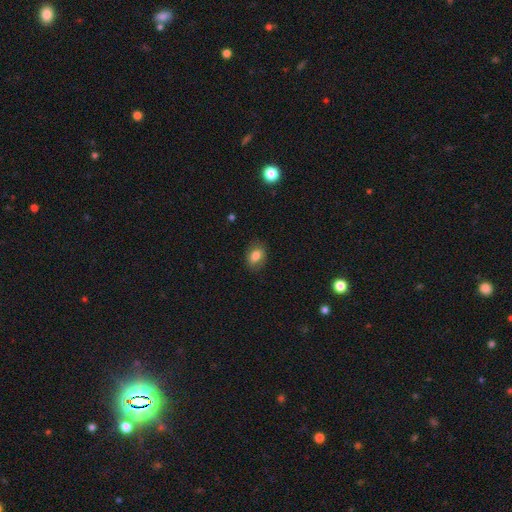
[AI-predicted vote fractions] Morphology: type=smooth (77%); roundness=in between (78%); merging=none (81%).